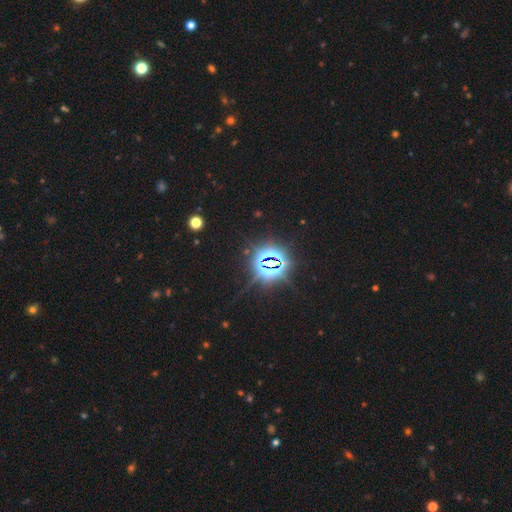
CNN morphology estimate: type=star or artifact (84%).